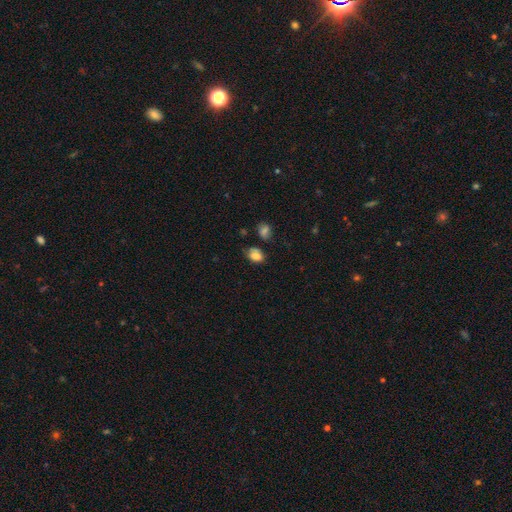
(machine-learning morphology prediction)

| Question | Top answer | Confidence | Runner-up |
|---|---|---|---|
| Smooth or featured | smooth | 78% | star or artifact (12%) |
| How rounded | in between | 77% | round (21%) |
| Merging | none | 50% | minor disturbance (30%) |